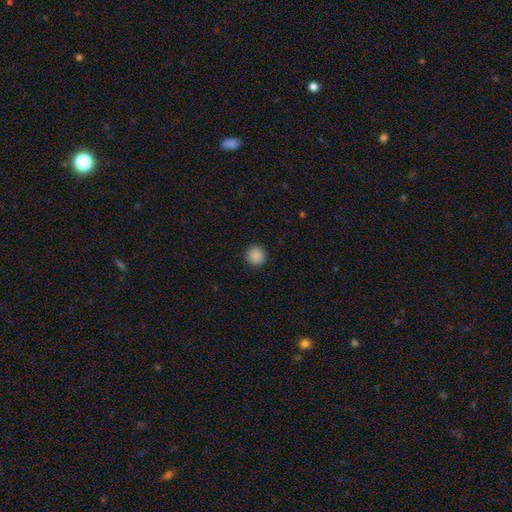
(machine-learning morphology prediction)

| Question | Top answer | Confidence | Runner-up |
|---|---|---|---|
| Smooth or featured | smooth | 89% | star or artifact (9%) |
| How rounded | round | 94% | in between (5%) |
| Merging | none | 92% | minor disturbance (5%) |